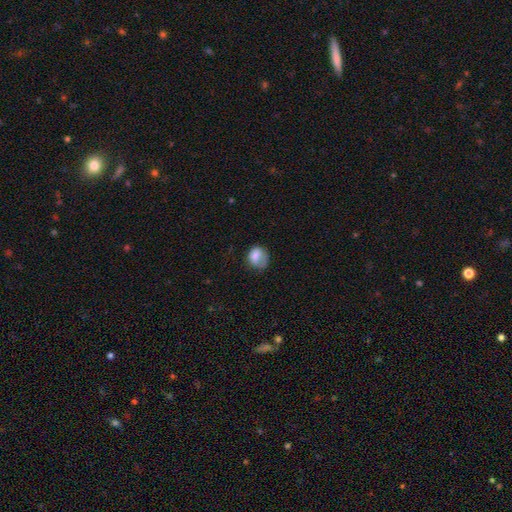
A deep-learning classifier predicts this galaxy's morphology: The model was most divided on "how rounded": round: 51%, in between: 48%, cigar-shaped: 1%. Remaining: smooth or featured — smooth (76%); merging — none (39%).